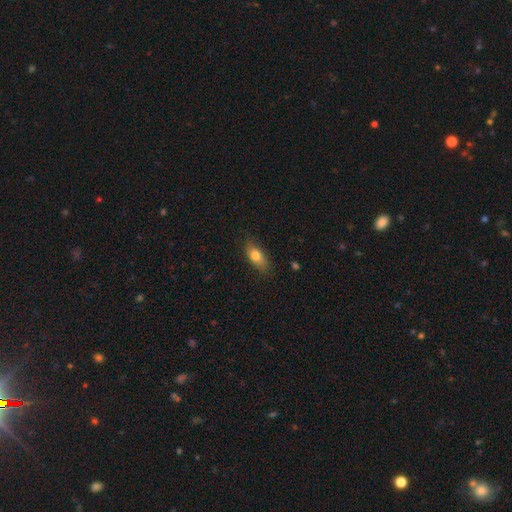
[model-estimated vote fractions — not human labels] This appears to be a smooth galaxy with no disk features (75%) that is in between round and cigar-shaped (80%). Merging: none (79%).